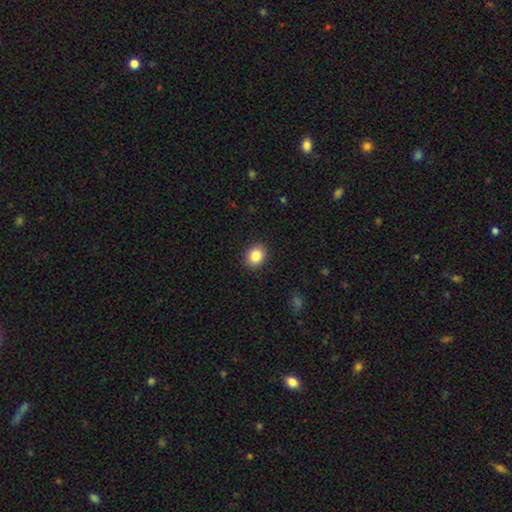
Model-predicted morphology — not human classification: A smooth galaxy with no disk features (85%) that is round (63%).

Vote fractions:
- Smooth or featured? smooth: 85% / star or artifact: 9% / featured or disk: 5%
- How rounded? round: 63% / in between: 36% / cigar-shaped: 1%
- Merging? none: 90% / minor disturbance: 7% / major disturbance: 2% / merger: 1%